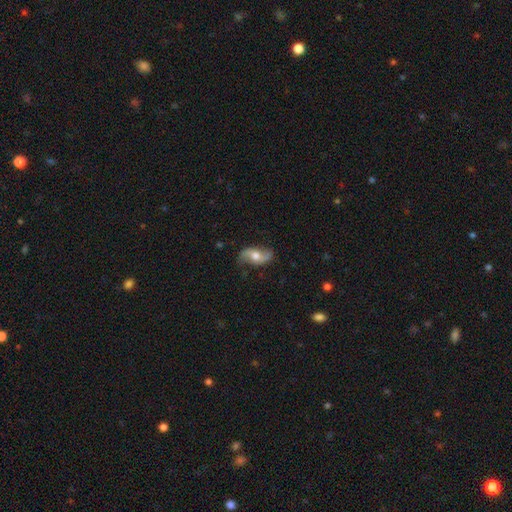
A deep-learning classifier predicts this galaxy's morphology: A featured or disk galaxy (72%) with no bar (57%), 2 (92%) loose (78%) spiral arms (91%) and a moderate central bulge (71%). Merging: none (77%).